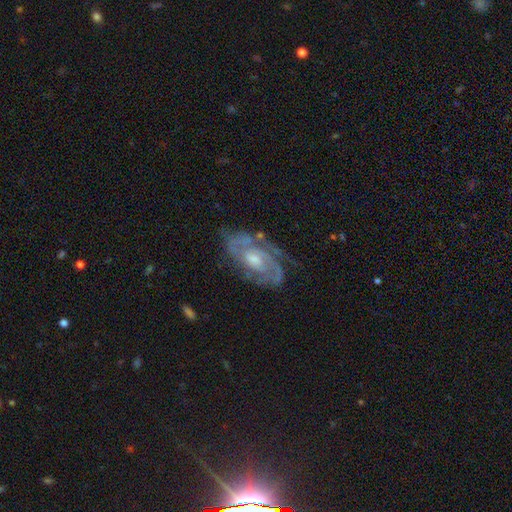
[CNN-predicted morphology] smooth_or_featured: featured or disk (p=0.79) [alt: star or artifact p=0.12]
disk_edge_on: no (p=0.95) [alt: yes p=0.05]
bar: no (p=0.67) [alt: weak p=0.27]
has_spiral_arms: yes (p=0.94) [alt: no p=0.06]
spiral_winding: tight (p=0.59) [alt: medium p=0.33]
spiral_arm_count: 2 (p=0.34) [alt: can't tell p=0.29]
bulge_size: moderate (p=0.61) [alt: small p=0.28]
merging: none (p=0.76) [alt: minor disturbance p=0.16]